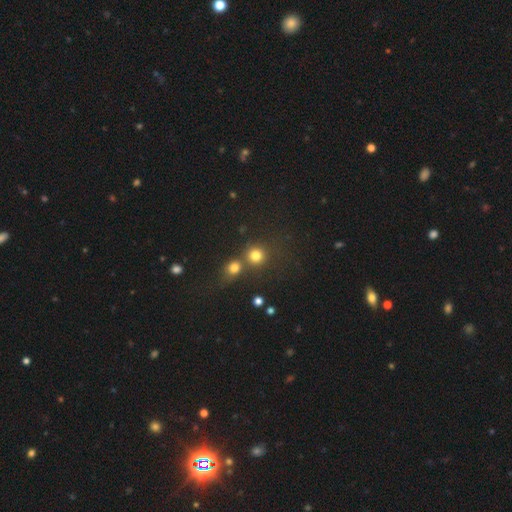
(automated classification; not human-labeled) Smooth or featured? smooth (78%)
How rounded? round (88%)
Merging? none (56%)